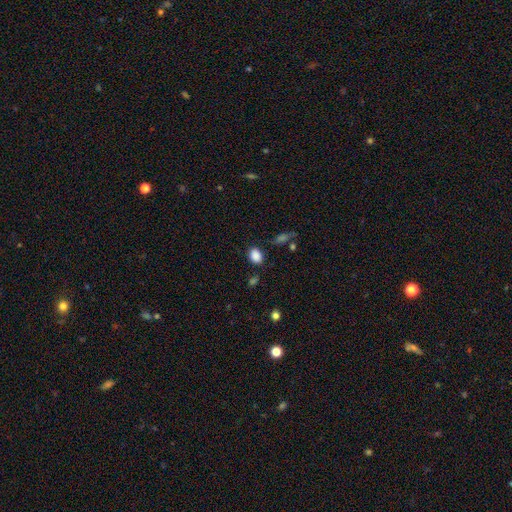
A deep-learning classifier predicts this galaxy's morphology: Q: Smooth or featured?
A: smooth (87%); runner-up: star or artifact (9%)
Q: How rounded?
A: in between (69%); runner-up: round (30%)
Q: Merging?
A: none (78%); runner-up: minor disturbance (14%)